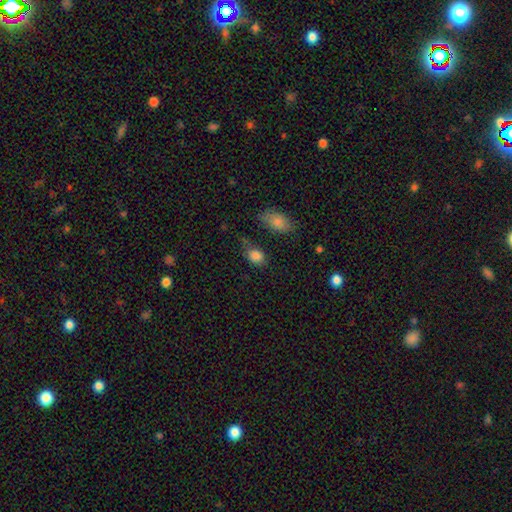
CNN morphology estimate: smooth 84%, star or artifact 10%, featured or disk 6%. Down the decision tree: how rounded — in between (72%); merging — none (58%).